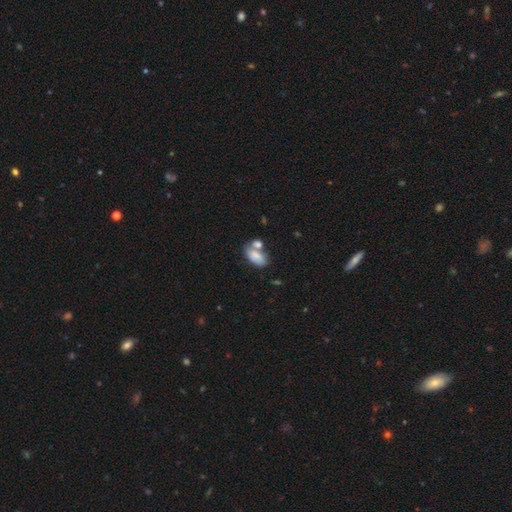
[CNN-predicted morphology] smooth 77%, featured or disk 15%, star or artifact 8%. Down the decision tree: how rounded — in between (91%); merging — merger (43%).